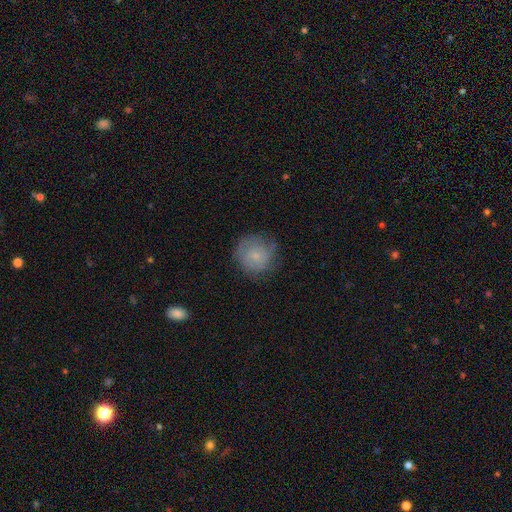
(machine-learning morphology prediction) Smooth or featured? Predicted: smooth (p=0.63). How rounded? Predicted: round (p=0.91). Merging? Predicted: none (p=0.70).